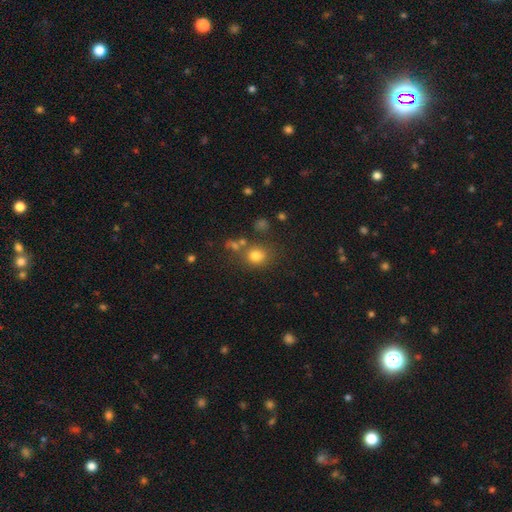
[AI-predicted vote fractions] Smooth or featured? smooth (77%)
How rounded? round (77%)
Merging? none (70%)